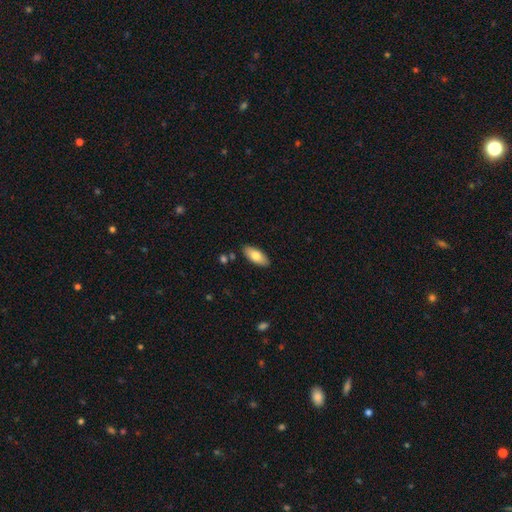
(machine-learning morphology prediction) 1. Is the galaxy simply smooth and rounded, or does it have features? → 76% smooth, 18% featured or disk, 6% star or artifact.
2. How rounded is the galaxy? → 85% in between, 13% cigar-shaped, 2% round.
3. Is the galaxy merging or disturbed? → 87% none, 9% minor disturbance, 2% merger, 2% major disturbance.